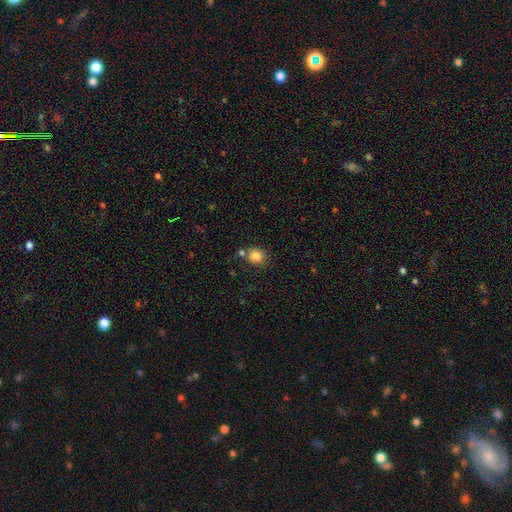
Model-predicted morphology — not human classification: smooth_or_featured: smooth (p=0.85) [alt: star or artifact p=0.11]
how_rounded: round (p=0.84) [alt: in between p=0.15]
merging: none (p=0.71) [alt: merger p=0.14]